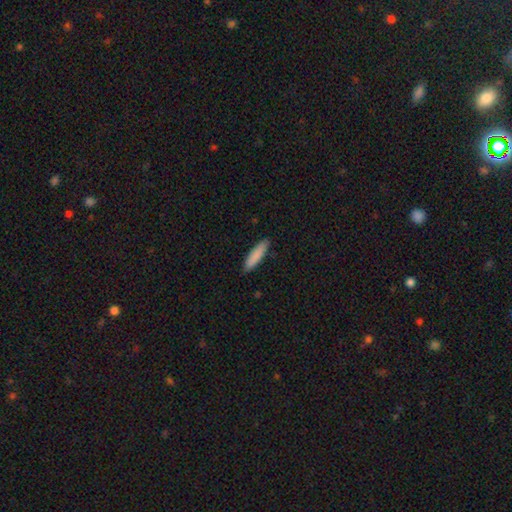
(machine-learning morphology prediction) Smooth or featured?
  - smooth: 86% *
  - featured or disk: 8%
  - star or artifact: 6%
How rounded?
  - cigar-shaped: 75% *
  - in between: 24%
  - round: 1%
Merging?
  - none: 87% *
  - minor disturbance: 10%
  - major disturbance: 2%
  - merger: 1%